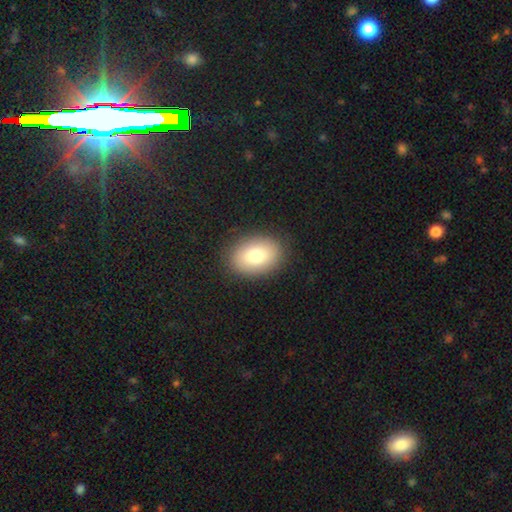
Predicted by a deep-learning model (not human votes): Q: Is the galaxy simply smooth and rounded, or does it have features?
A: smooth — 81%.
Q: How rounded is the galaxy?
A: in between — 80%.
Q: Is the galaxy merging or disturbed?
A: none — 88%.